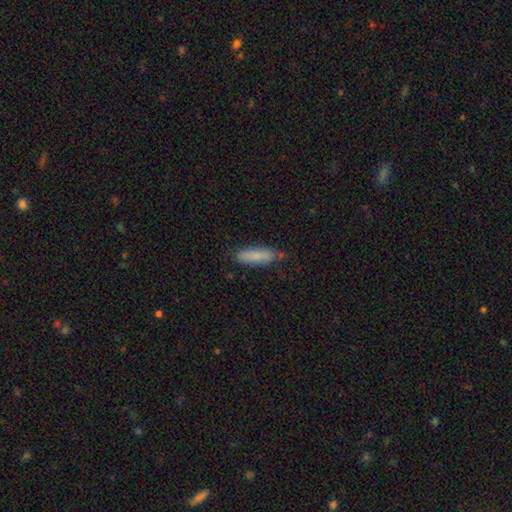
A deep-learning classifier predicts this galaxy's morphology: smooth-or-featured: smooth: 84% | featured or disk: 10% | star or artifact: 6%
  how-rounded: cigar-shaped: 63% | in between: 36% | round: 2%
  merging: none: 73% | minor disturbance: 21% | major disturbance: 4% | merger: 2%